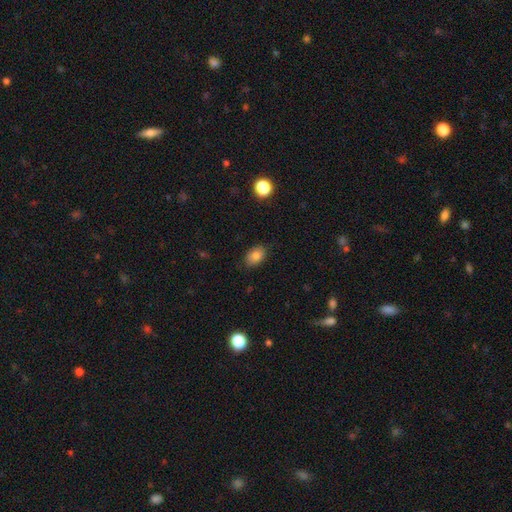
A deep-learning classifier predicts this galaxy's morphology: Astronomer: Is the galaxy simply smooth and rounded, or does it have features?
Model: smooth — 81%.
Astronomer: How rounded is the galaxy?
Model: in between — 82%.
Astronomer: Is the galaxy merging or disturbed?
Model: none — 81%.